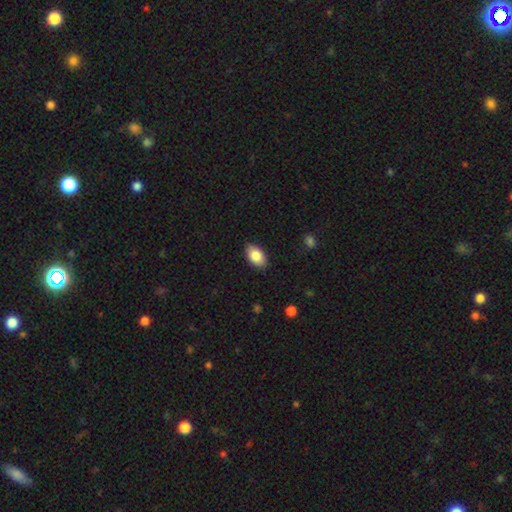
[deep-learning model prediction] This is clearly a smooth galaxy (85%). How rounded: clearly in between (92%). Merging: clearly none (87%).